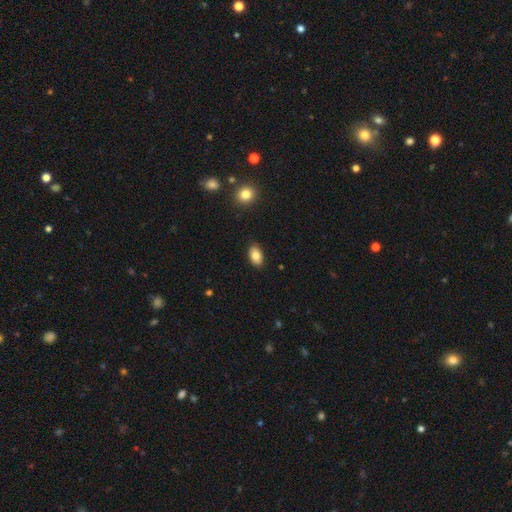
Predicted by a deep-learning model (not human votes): This appears to be a smooth galaxy with no disk features (81%) that is in between round and cigar-shaped (91%). Merging: none (87%).